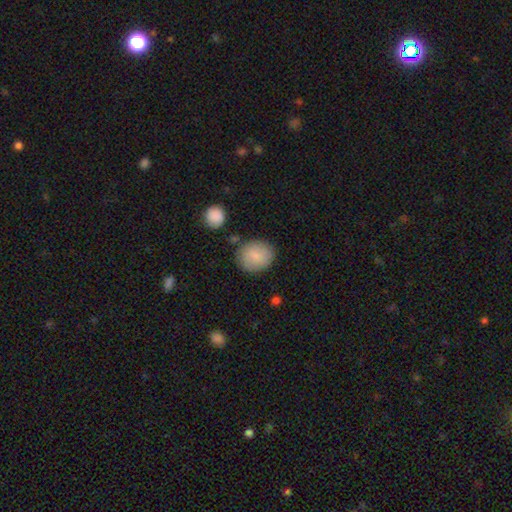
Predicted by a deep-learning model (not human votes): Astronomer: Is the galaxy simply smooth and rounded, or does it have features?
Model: smooth — 85%.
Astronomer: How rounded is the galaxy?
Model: round — 78%.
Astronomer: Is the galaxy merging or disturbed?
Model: none — 80%.